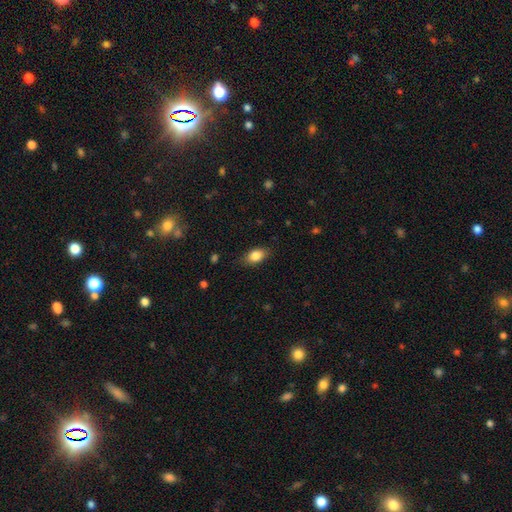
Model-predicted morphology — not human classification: A smooth galaxy with no disk features (85%) that is in between round and cigar-shaped (86%). Merging: none (82%).